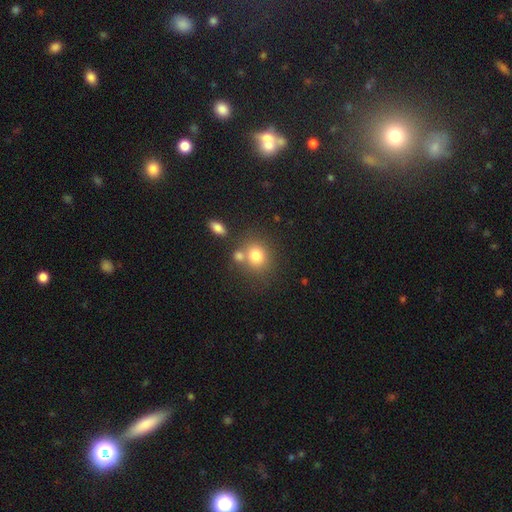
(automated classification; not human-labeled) smooth 78%, star or artifact 11%, featured or disk 11%. Down the decision tree: how rounded — round (70%); merging — none (57%).